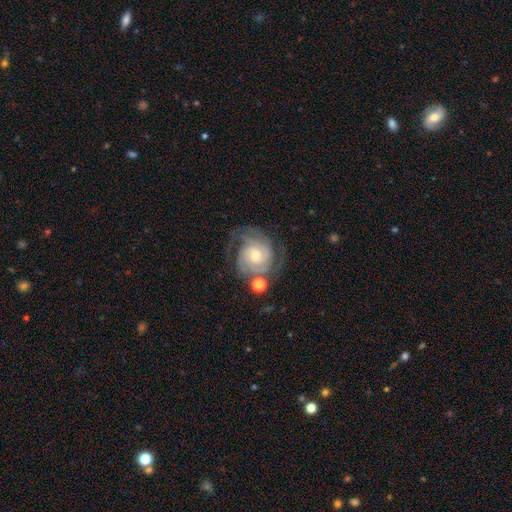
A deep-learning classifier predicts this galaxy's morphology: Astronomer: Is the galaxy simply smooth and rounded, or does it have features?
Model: featured or disk — 86%.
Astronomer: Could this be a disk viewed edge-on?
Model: no — 98%.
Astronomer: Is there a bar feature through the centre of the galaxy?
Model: no — 68%.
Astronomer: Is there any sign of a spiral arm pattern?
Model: yes — 97%.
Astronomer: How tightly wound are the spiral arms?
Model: tight — 58% (runner-up: medium, 35%).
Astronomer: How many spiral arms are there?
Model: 2 — 39% (runner-up: 3, 30%).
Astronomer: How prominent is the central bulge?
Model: moderate — 48% (runner-up: small, 43%).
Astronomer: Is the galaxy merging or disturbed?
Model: none — 65%.